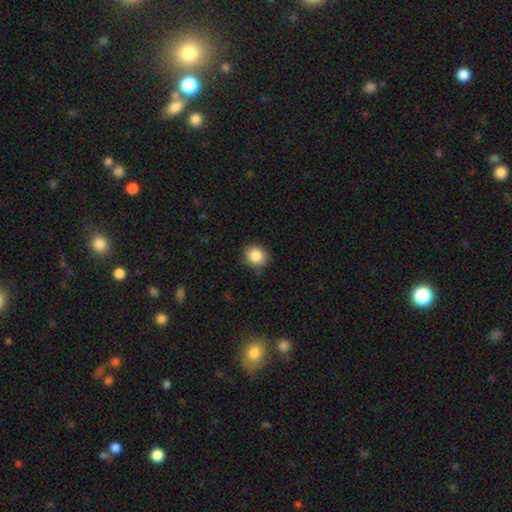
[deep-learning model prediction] Smooth or featured: smooth — 86% (star or artifact — 9%)
How rounded: round — 83% (in between — 16%)
Merging: none — 82% (minor disturbance — 13%)